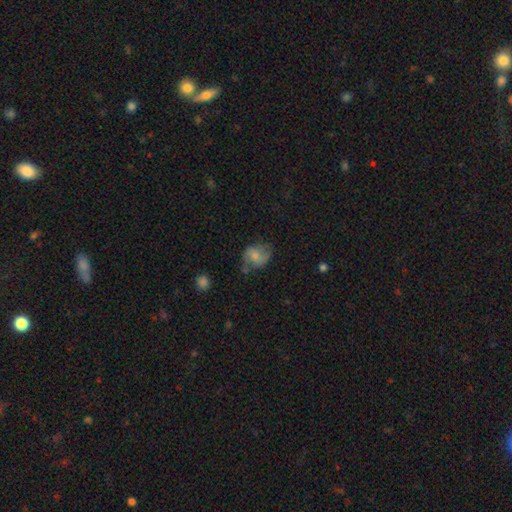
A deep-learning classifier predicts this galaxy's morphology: Smooth or featured? Predicted: featured or disk (p=0.49). Merging? Predicted: none (p=0.55).